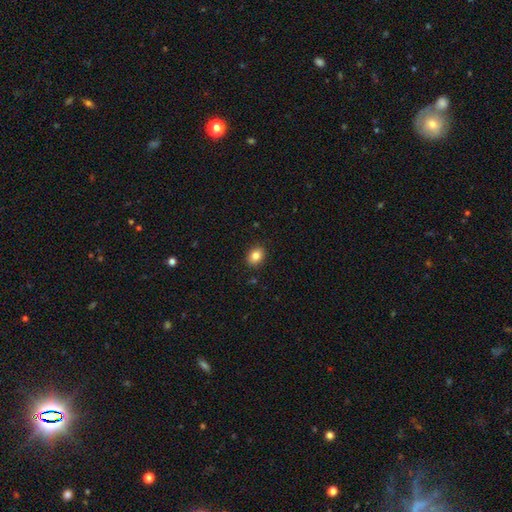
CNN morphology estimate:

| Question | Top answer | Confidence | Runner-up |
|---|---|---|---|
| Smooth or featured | smooth | 84% | star or artifact (10%) |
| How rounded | in between | 60% | round (39%) |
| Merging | none | 89% | minor disturbance (8%) |